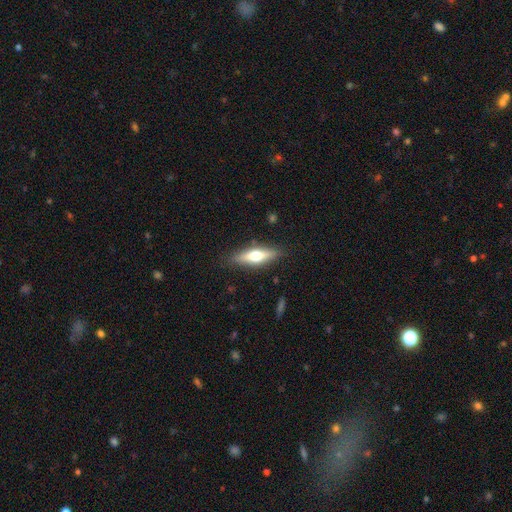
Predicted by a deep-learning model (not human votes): Overall: featured or disk (47%, tied with smooth). Merging: none (87%).